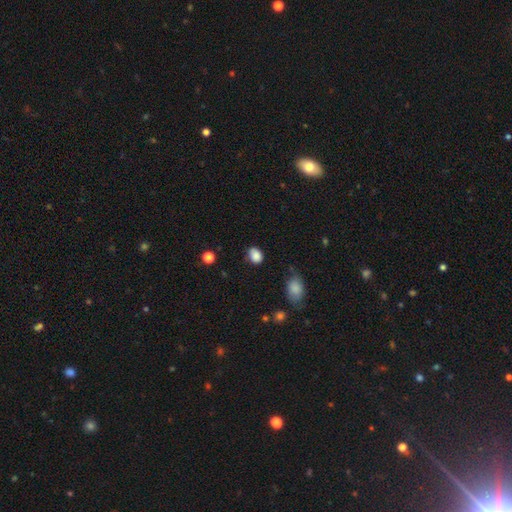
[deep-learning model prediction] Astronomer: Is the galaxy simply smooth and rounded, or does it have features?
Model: smooth — 86%.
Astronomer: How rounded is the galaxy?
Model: in between — 62%.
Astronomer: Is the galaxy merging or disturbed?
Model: none — 67%.